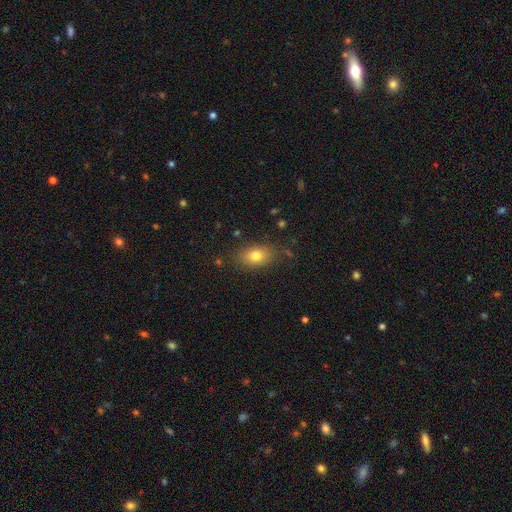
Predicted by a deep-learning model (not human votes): smooth_or_featured: smooth (p=0.78) [alt: featured or disk p=0.12]
how_rounded: in between (p=0.82) [alt: round p=0.16]
merging: none (p=0.81) [alt: minor disturbance p=0.13]